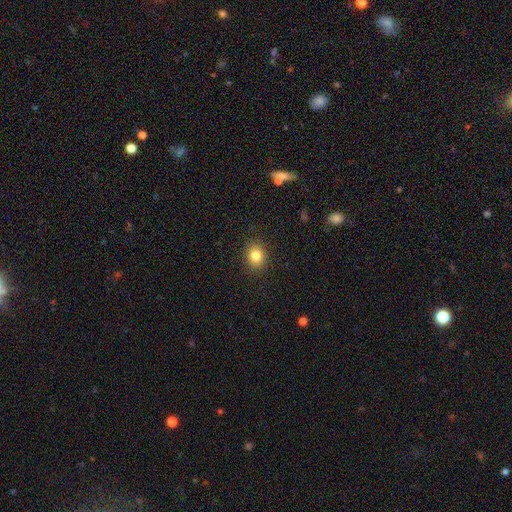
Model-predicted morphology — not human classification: Overall: smooth (83%). How rounded: round (63%; in between 37%). Merging: none (89%).